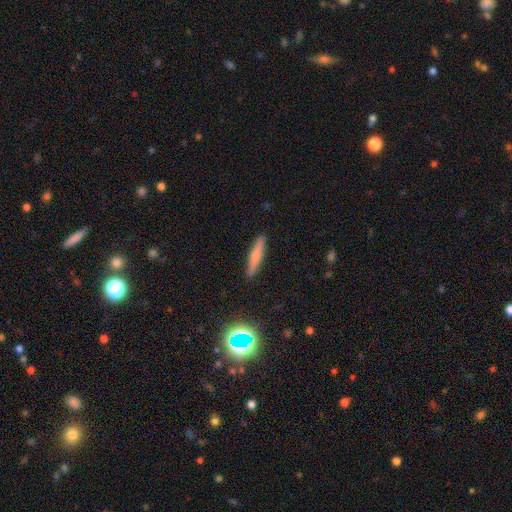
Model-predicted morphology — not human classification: A smooth galaxy with no disk features (62%) that is cigar-shaped (88%). Merging: none (89%).